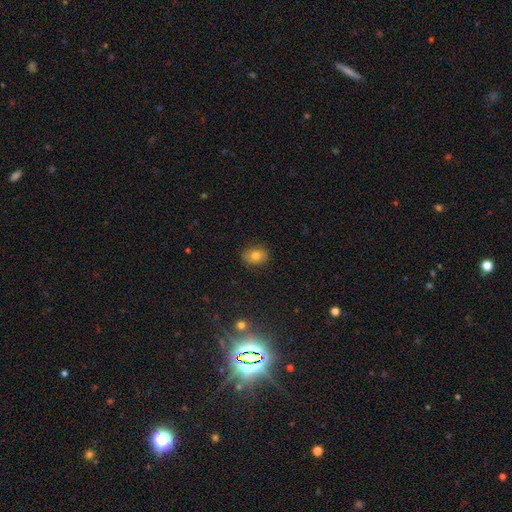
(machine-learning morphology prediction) Smooth or featured? Predicted: smooth (p=0.77). How rounded? Predicted: in between (p=0.59). Merging? Predicted: none (p=0.86).